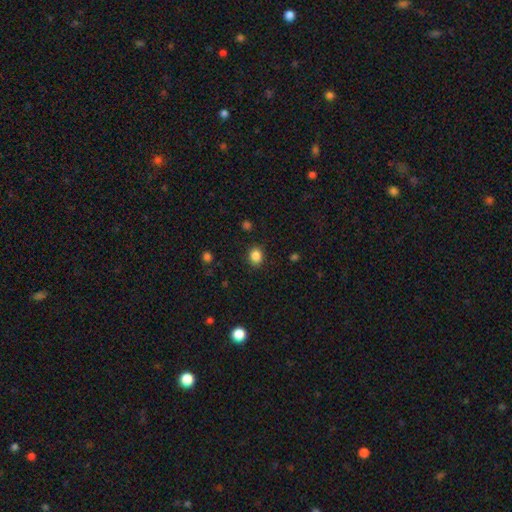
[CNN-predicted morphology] smooth_or_featured: smooth (p=0.85) [alt: star or artifact p=0.11]
how_rounded: round (p=0.64) [alt: in between p=0.35]
merging: none (p=0.88) [alt: minor disturbance p=0.08]